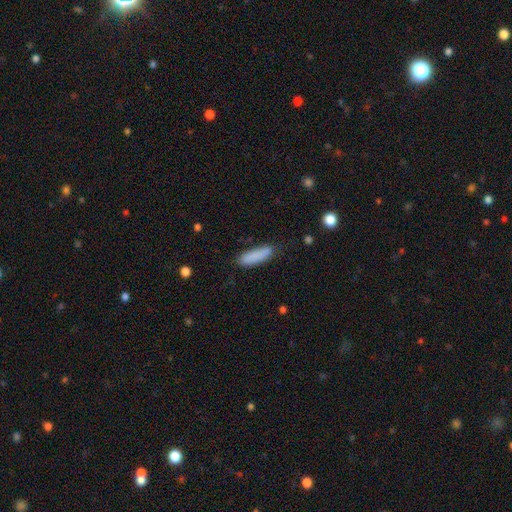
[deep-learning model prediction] Q: Smooth or featured?
A: smooth (86%); runner-up: star or artifact (7%)
Q: How rounded?
A: cigar-shaped (58%); runner-up: in between (40%)
Q: Merging?
A: none (72%); runner-up: minor disturbance (21%)